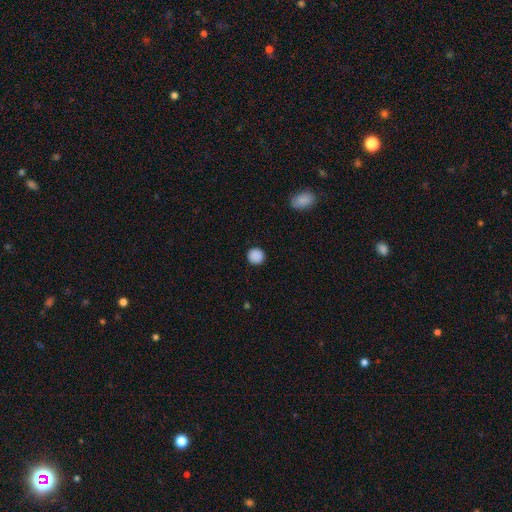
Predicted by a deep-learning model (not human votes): Smooth or featured: smooth — 89% (star or artifact — 9%)
How rounded: round — 93% (in between — 6%)
Merging: none — 92% (minor disturbance — 5%)